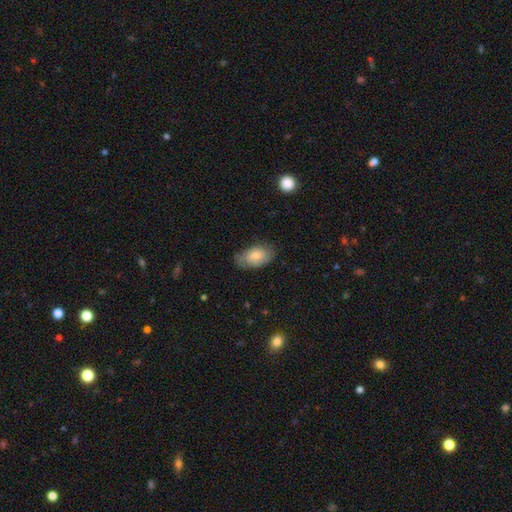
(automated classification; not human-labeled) smooth 72%, featured or disk 21%, star or artifact 7%. Down the decision tree: how rounded — in between (92%); merging — none (63%).